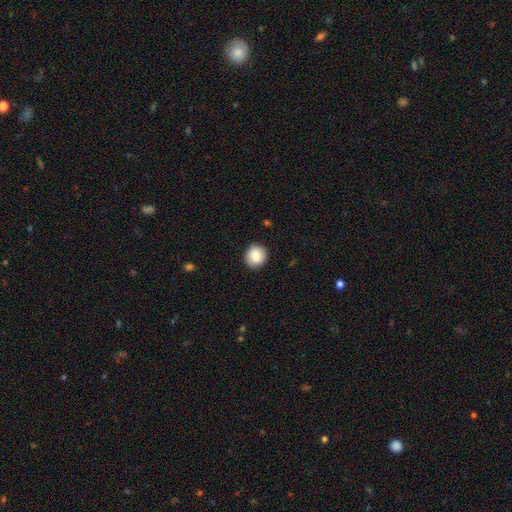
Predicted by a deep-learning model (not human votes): Smooth or featured? Predicted: smooth (p=0.86). How rounded? Predicted: round (p=0.83). Merging? Predicted: none (p=0.90).